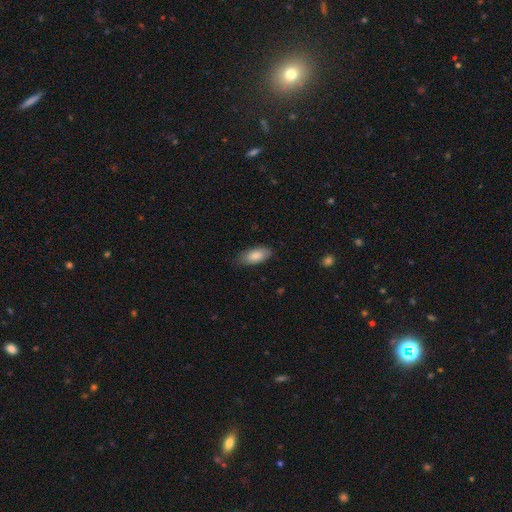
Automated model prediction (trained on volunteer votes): The model was most divided on "merging": none: 80%, minor disturbance: 16%, major disturbance: 3%, merger: 1%. More confident: how rounded — in between (88%); smooth or featured — smooth (86%).